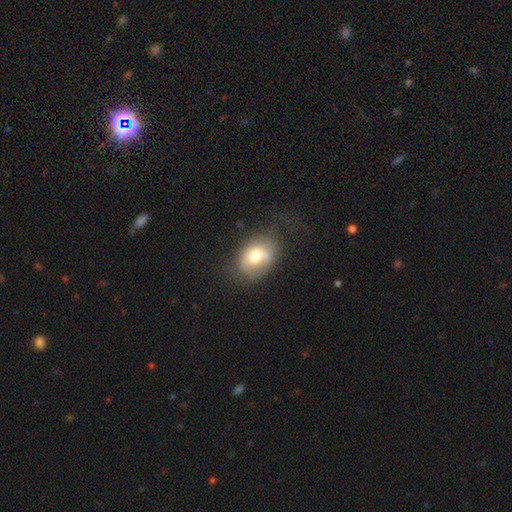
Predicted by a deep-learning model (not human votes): Smooth or featured? smooth (67%)
How rounded? in between (74%)
Merging? none (51%)